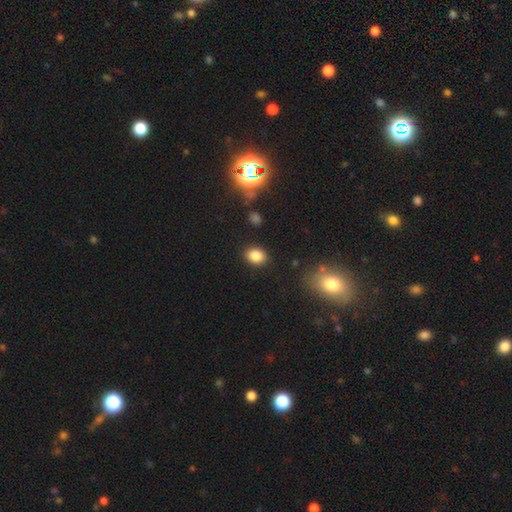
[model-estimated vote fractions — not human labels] Smooth or featured?
  - smooth: 83% *
  - star or artifact: 11%
  - featured or disk: 5%
How rounded?
  - in between: 56% *
  - round: 43%
  - cigar-shaped: 1%
Merging?
  - none: 87% *
  - minor disturbance: 8%
  - major disturbance: 3%
  - merger: 2%